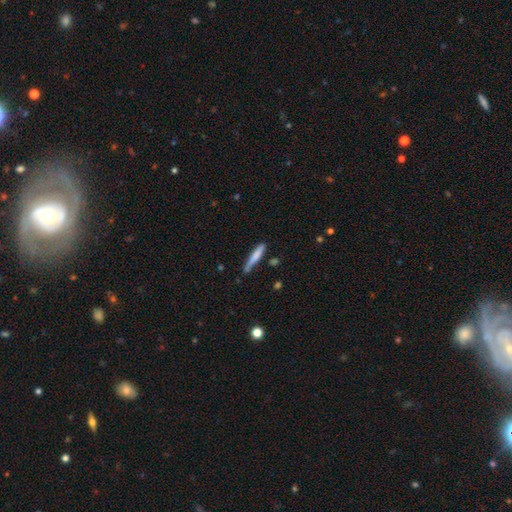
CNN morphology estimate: Smooth or featured: smooth — 71% (featured or disk — 23%)
How rounded: cigar-shaped — 92% (in between — 6%)
Merging: none — 68% (minor disturbance — 23%)